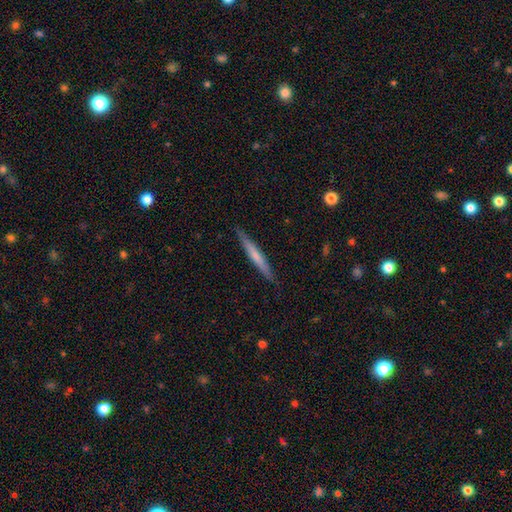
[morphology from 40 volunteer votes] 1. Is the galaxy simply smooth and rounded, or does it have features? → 57% smooth, 35% featured or disk, 8% star or artifact.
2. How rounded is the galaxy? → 96% cigar-shaped, 4% in between, 0% round.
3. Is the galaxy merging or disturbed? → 92% none, 5% major disturbance, 3% minor disturbance, 0% merger.